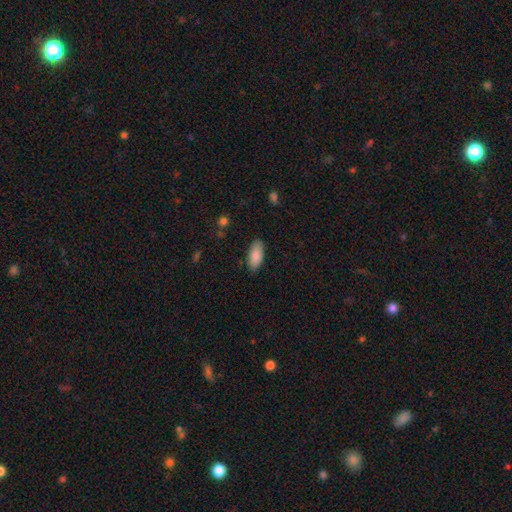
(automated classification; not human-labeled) A smooth galaxy with no disk features (86%) that is in between round and cigar-shaped (90%). Merging: none (86%).